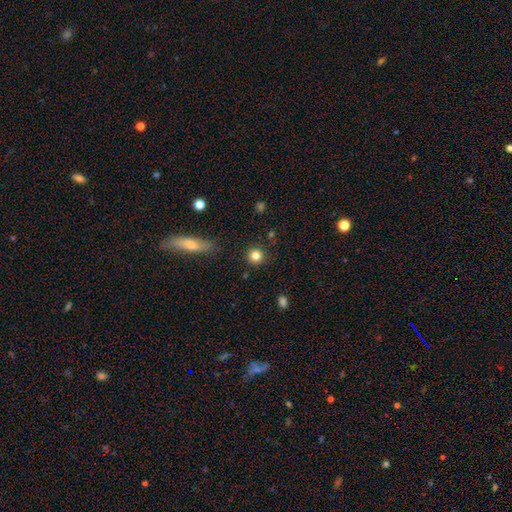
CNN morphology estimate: smooth-or-featured: smooth: 83% | star or artifact: 11% | featured or disk: 6%
  how-rounded: round: 93% | in between: 6% | cigar-shaped: 1%
  merging: none: 89% | minor disturbance: 6% | major disturbance: 2% | merger: 2%